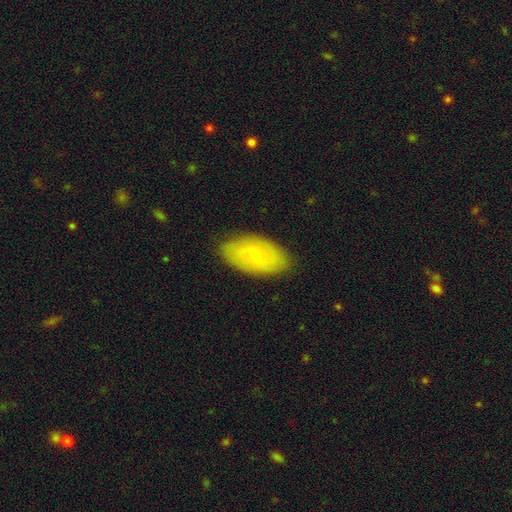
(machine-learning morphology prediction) The model was most divided on "smooth or featured": smooth: 56%, featured or disk: 37%, star or artifact: 7%. More confident: how rounded — in between (93%); merging — none (84%).